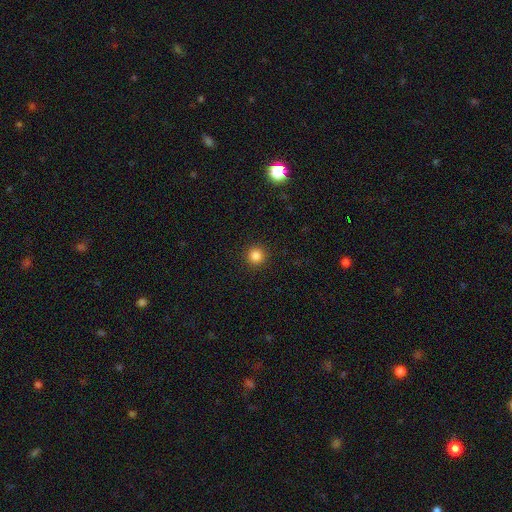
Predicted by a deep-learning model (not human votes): Smooth or featured?
  - smooth: 85% *
  - star or artifact: 12%
  - featured or disk: 3%
How rounded?
  - round: 96% *
  - in between: 3%
  - cigar-shaped: 1%
Merging?
  - none: 92% *
  - minor disturbance: 5%
  - major disturbance: 2%
  - merger: 1%